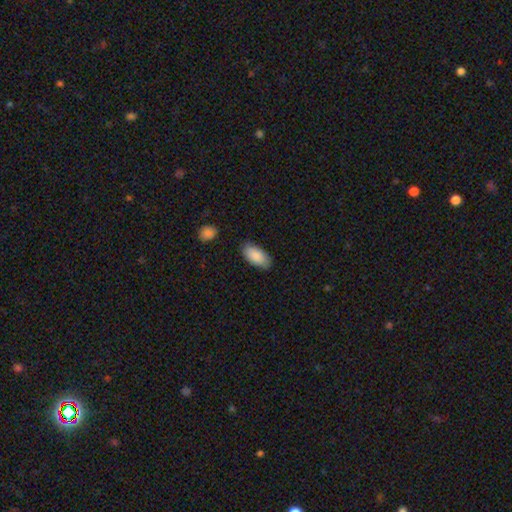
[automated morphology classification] Smooth or featured? Predicted: smooth (p=0.88). How rounded? Predicted: in between (p=0.94). Merging? Predicted: none (p=0.82).